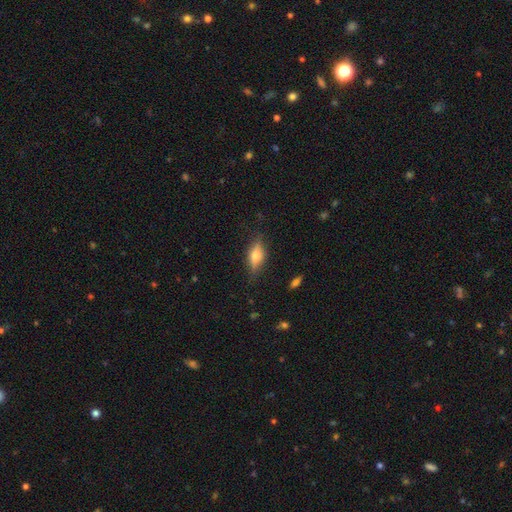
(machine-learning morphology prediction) smooth_or_featured: smooth (p=0.50) [alt: featured or disk p=0.42]
merging: none (p=0.79) [alt: minor disturbance p=0.16]